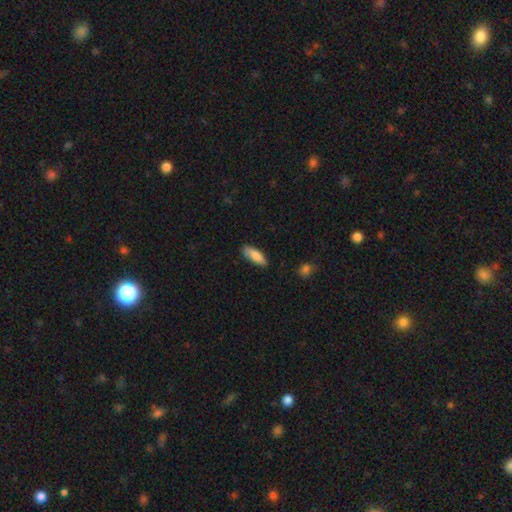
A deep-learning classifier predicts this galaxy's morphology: smooth-or-featured: smooth: 82% | featured or disk: 11% | star or artifact: 6%
  how-rounded: in between: 67% | cigar-shaped: 31% | round: 2%
  merging: none: 74% | minor disturbance: 20% | major disturbance: 4% | merger: 2%